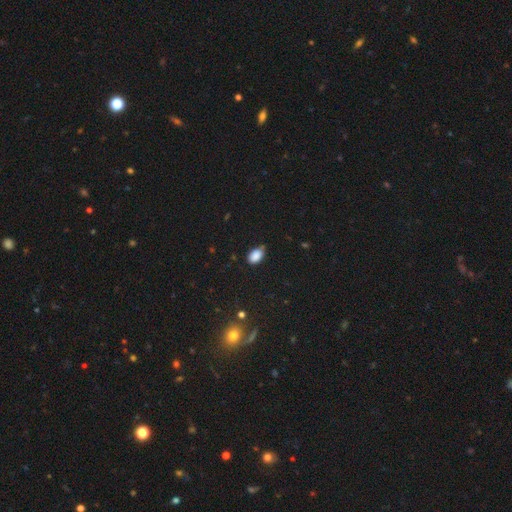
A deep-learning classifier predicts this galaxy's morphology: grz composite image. It shows a smooth galaxy with no disk features (86%) that is in between round and cigar-shaped (89%). Merging: none (61%).